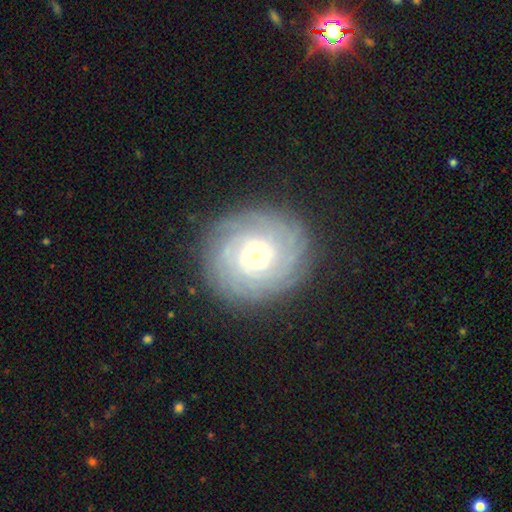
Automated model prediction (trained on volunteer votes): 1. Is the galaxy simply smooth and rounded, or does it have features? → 78% featured or disk, 14% smooth, 8% star or artifact.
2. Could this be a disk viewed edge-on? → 97% no, 3% yes.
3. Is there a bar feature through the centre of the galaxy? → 80% no, 16% weak, 4% strong.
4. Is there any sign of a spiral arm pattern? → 93% yes, 7% no.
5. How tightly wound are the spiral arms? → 82% tight, 14% medium, 4% loose.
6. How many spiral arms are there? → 39% can't tell, 19% more than 4, 15% 4, 11% 3, 10% 2, 7% 1.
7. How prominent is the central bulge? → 64% small, 29% moderate, 5% large, 1% dominant, 1% none.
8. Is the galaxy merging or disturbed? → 83% none, 11% minor disturbance, 4% major disturbance, 1% merger.